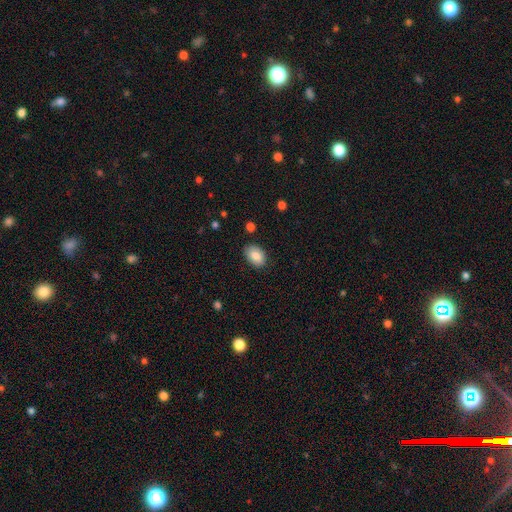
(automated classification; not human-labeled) Smooth or featured?
  - smooth: 85% *
  - featured or disk: 8%
  - star or artifact: 7%
How rounded?
  - in between: 86% *
  - round: 13%
  - cigar-shaped: 1%
Merging?
  - none: 83% *
  - minor disturbance: 13%
  - major disturbance: 2%
  - merger: 1%